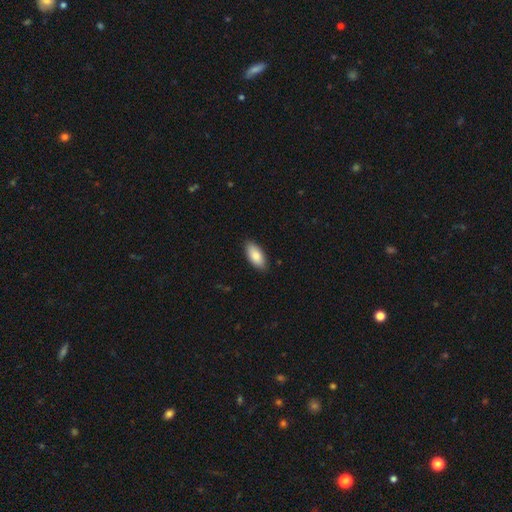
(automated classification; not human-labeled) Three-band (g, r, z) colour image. It shows a smooth galaxy with no disk features (85%) that is in between round and cigar-shaped (90%). Merging: none (88%).